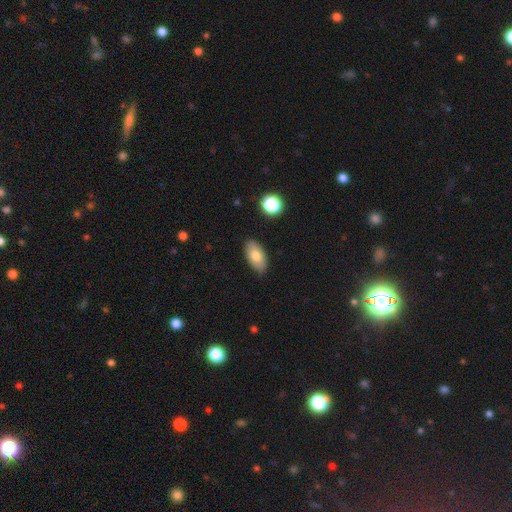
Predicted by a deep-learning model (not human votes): This appears to be a smooth galaxy with no disk features (77%) that is in between round and cigar-shaped (93%). Merging: none (85%).